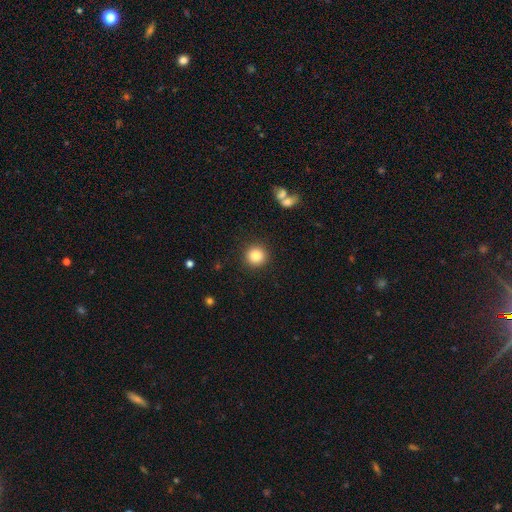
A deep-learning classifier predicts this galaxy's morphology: This is clearly a smooth galaxy (85%). How rounded: clearly round (94%). Merging: clearly none (91%).